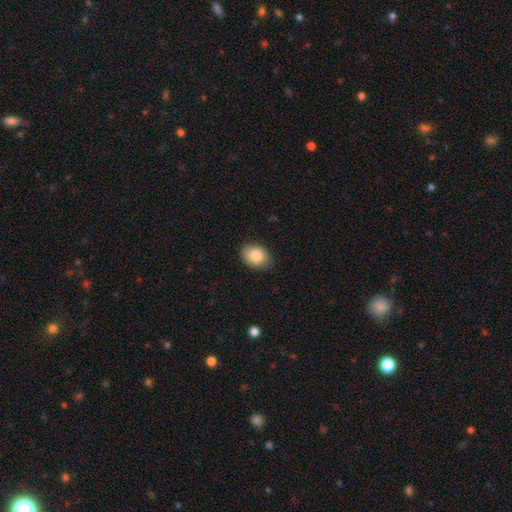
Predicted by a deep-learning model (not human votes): Overall: smooth (86%). How rounded: in between (58%; round 41%). Merging: none (83%).